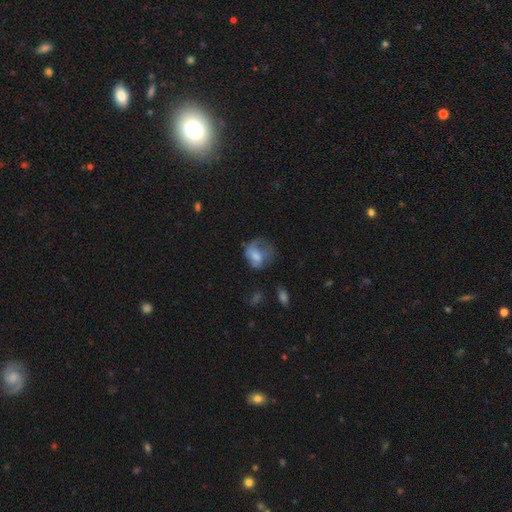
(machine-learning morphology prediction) Q: Smooth or featured?
A: smooth (57%); runner-up: featured or disk (34%)
Q: How rounded?
A: round (51%); runner-up: in between (48%)
Q: Merging?
A: major disturbance (39%); runner-up: none (31%)